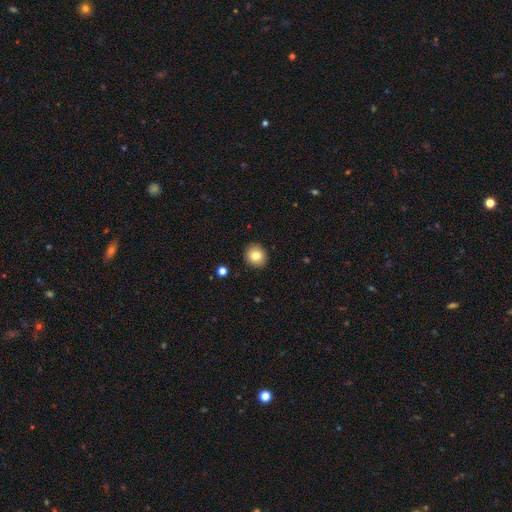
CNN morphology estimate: This is clearly a smooth galaxy (81%). How rounded: clearly round (83%). Merging: clearly none (91%).